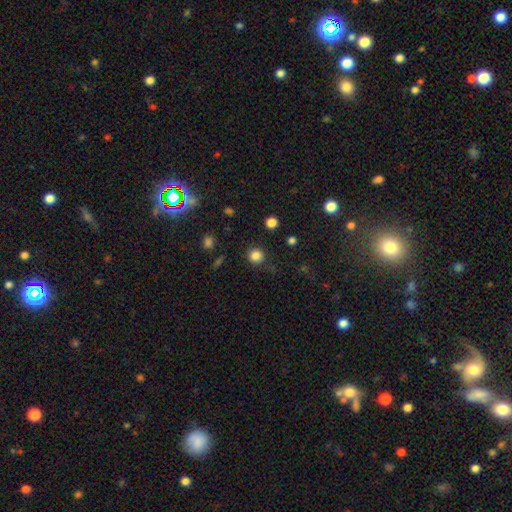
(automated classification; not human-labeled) This is clearly a smooth galaxy (83%). How rounded: clearly round (94%). Merging: clearly none (86%).